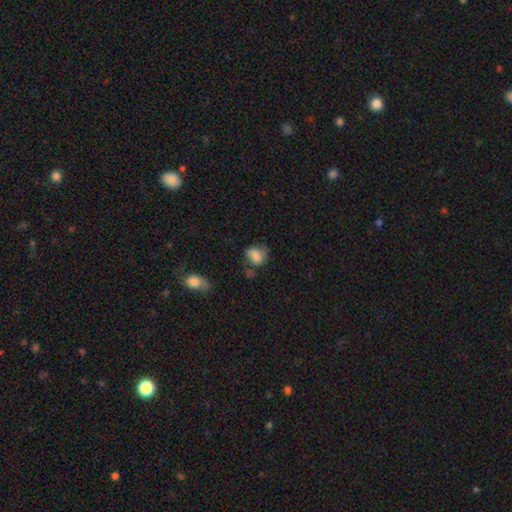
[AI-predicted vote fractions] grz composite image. It shows a smooth galaxy with no disk features (78%) that is in between round and cigar-shaped (62%). Merging: none (44%).